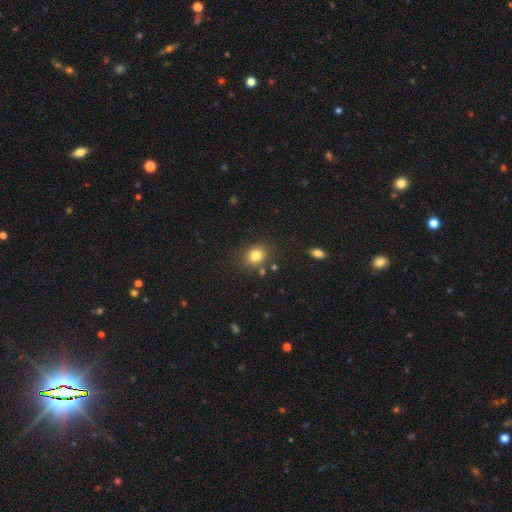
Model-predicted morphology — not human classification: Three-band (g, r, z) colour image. It shows a smooth galaxy with no disk features (81%) that is round (62%). Merging: none (81%).